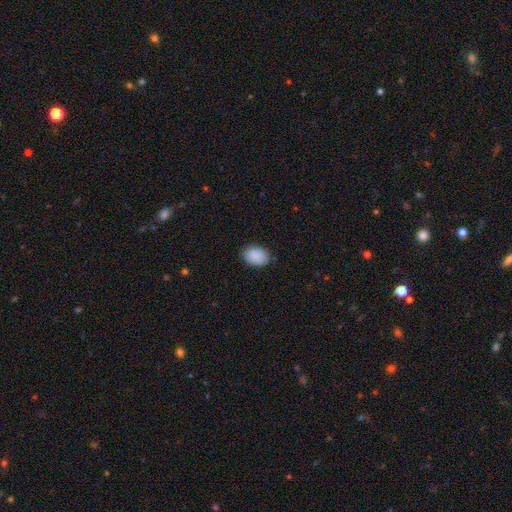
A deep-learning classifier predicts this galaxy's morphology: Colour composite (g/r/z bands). It shows a smooth galaxy with no disk features (89%) that is in between round and cigar-shaped (81%). Merging: none (83%).